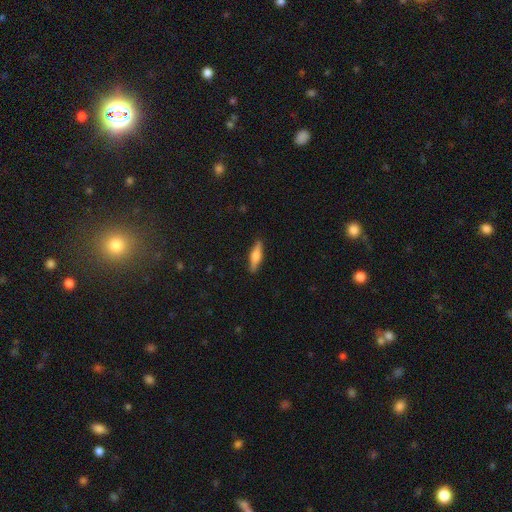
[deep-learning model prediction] A smooth galaxy with no disk features (54%) that is cigar-shaped (68%).

Vote fractions:
- Smooth or featured? smooth: 54% / featured or disk: 40% / star or artifact: 6%
- How rounded? cigar-shaped: 68% / in between: 29% / round: 2%
- Merging? none: 89% / minor disturbance: 8% / major disturbance: 2% / merger: 1%